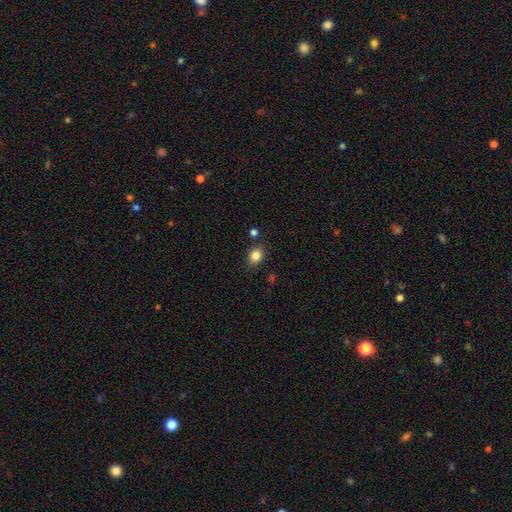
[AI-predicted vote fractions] Overall: smooth (84%). How rounded: round (50%; in between 49%). Merging: none (83%).